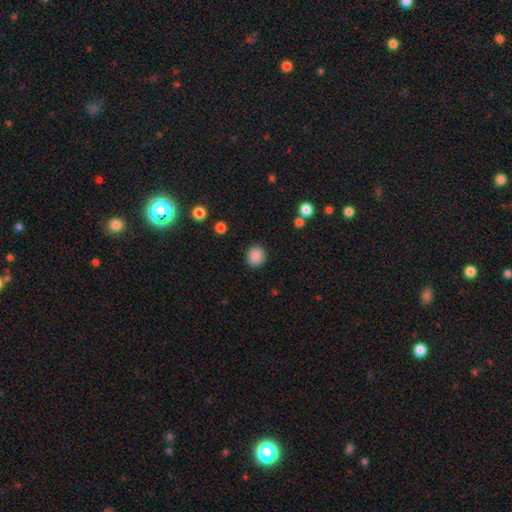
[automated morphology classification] smooth 88%, star or artifact 9%, featured or disk 3%. Down the decision tree: how rounded — round (87%); merging — none (90%).